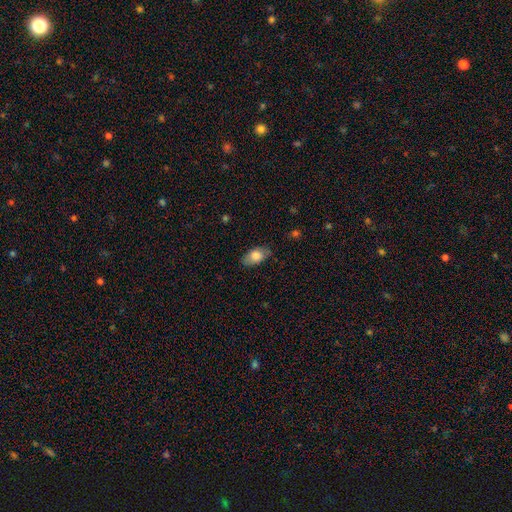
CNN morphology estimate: Smooth or featured? smooth (79%)
How rounded? in between (91%)
Merging? none (77%)